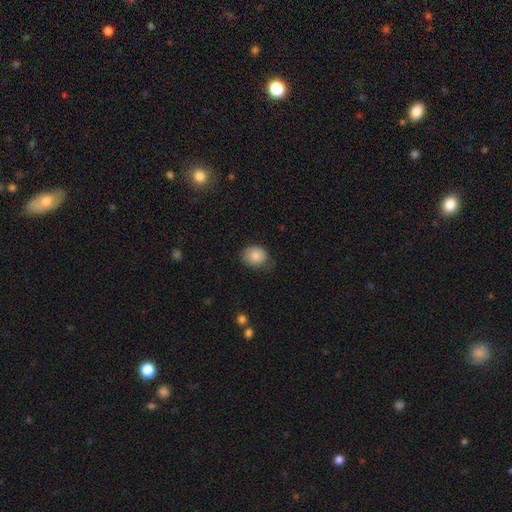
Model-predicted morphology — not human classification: A smooth galaxy with no disk features (84%) that is round (59%).

Vote fractions:
- Smooth or featured? smooth: 84% / star or artifact: 8% / featured or disk: 7%
- How rounded? round: 59% / in between: 40% / cigar-shaped: 1%
- Merging? none: 66% / minor disturbance: 26% / major disturbance: 7% / merger: 1%